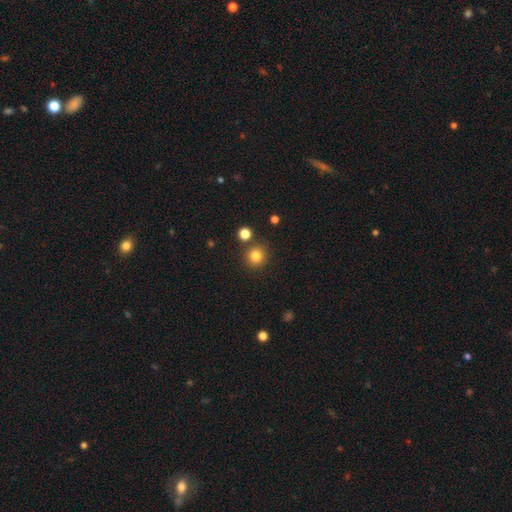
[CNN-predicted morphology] Overall: smooth (82%). How rounded: round (92%). Merging: none (85%).